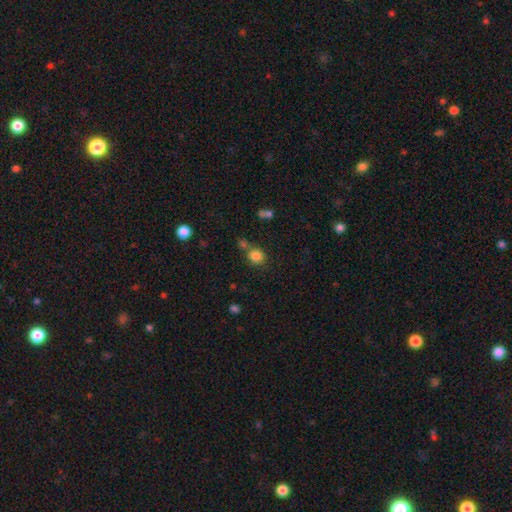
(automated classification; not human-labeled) This appears to be a smooth galaxy with no disk features (82%) that is round (85%). Merging: none (63%).